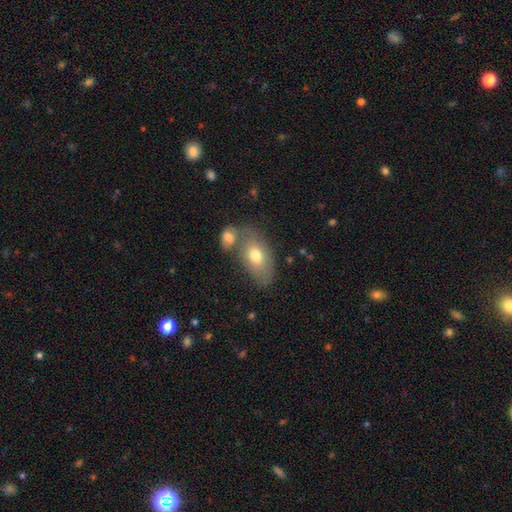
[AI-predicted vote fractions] A smooth galaxy with no disk features (70%) that is in between round and cigar-shaped (90%).

Vote fractions:
- Smooth or featured? smooth: 70% / featured or disk: 22% / star or artifact: 7%
- How rounded? in between: 90% / round: 8% / cigar-shaped: 3%
- Merging? none: 51% / merger: 29% / minor disturbance: 15% / major disturbance: 6%